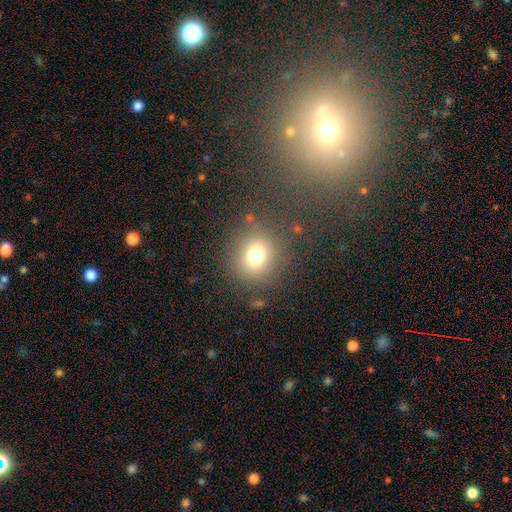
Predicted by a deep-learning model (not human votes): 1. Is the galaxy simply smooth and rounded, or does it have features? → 74% smooth, 16% star or artifact, 9% featured or disk.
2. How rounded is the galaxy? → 86% round, 13% in between, 1% cigar-shaped.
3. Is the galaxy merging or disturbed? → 82% none, 9% minor disturbance, 6% major disturbance, 3% merger.